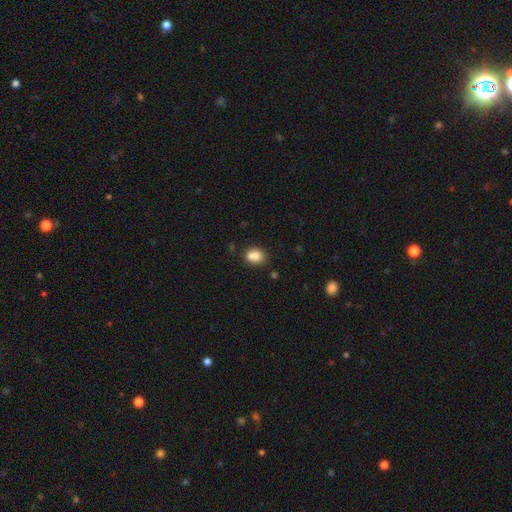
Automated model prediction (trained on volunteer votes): This is clearly a smooth galaxy (82%). How rounded: possibly in between (59%). Merging: likely none (62%).